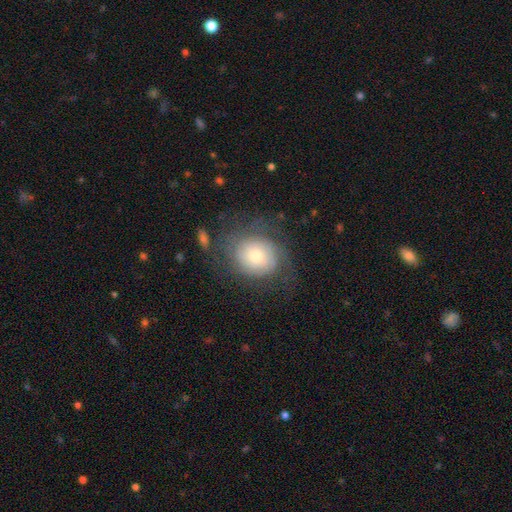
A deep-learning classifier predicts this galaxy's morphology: Smooth or featured? Predicted: featured or disk (p=0.56). Edge-on disk? Predicted: no (p=0.97). Bar? Predicted: no (p=0.82). Spiral arms? Predicted: yes (p=0.81). Bulge size? Predicted: moderate (p=0.48). Merging? Predicted: none (p=0.64).